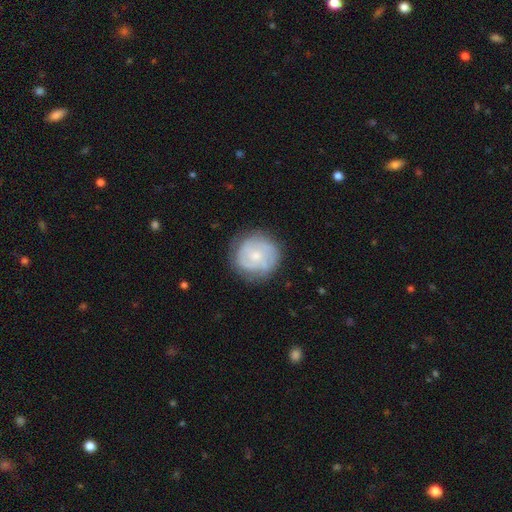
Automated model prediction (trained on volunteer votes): This is likely a featured or disk galaxy (65%). It is clearly not viewed edge-on (98%). Bar: likely no (73%). Spiral arm pattern: clearly yes (86%). Spiral arm count: marginally can't tell (33%). Spiral winding: possibly tight (55%). Central bulge: likely small (60%). Merging: likely none (77%).